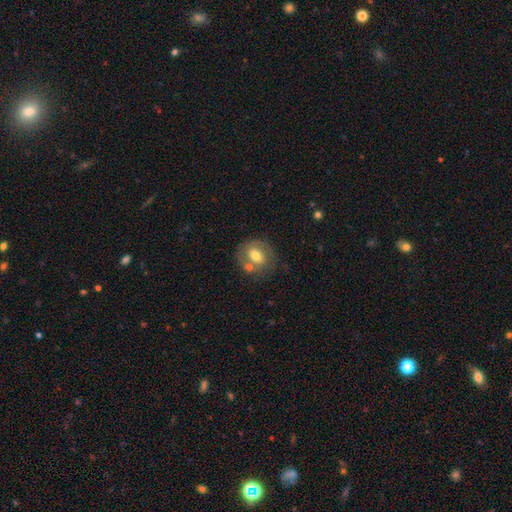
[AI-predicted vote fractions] The model was most divided on "how rounded": round: 61%, in between: 38%, cigar-shaped: 1%. More confident: smooth or featured — smooth (58%); merging — none (57%).